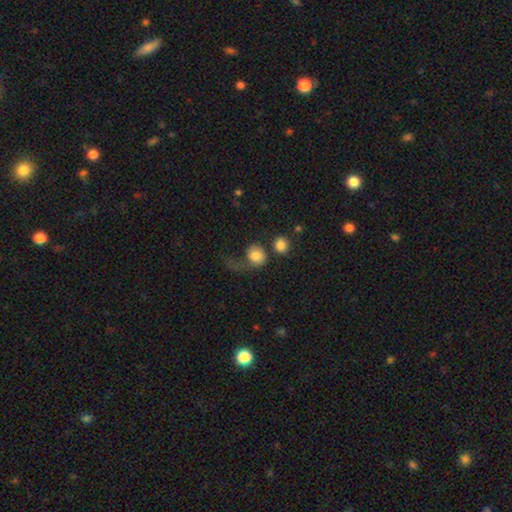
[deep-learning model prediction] Smooth or featured? Predicted: smooth (p=0.77). How rounded? Predicted: round (p=0.64). Merging? Predicted: major disturbance (p=0.39).